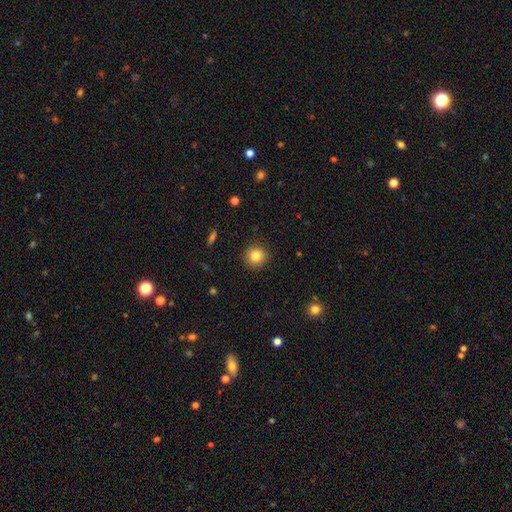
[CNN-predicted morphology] Smooth or featured: smooth — 82% (star or artifact — 11%)
How rounded: round — 92% (in between — 7%)
Merging: none — 91% (minor disturbance — 6%)